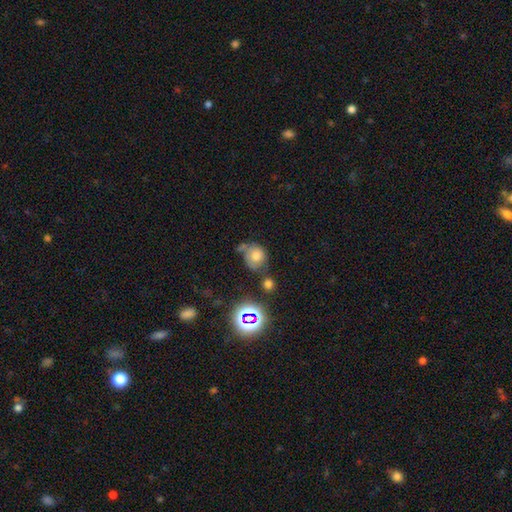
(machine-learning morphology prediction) Smooth or featured? Predicted: smooth (p=0.68). How rounded? Predicted: round (p=0.70). Merging? Predicted: none (p=0.42).